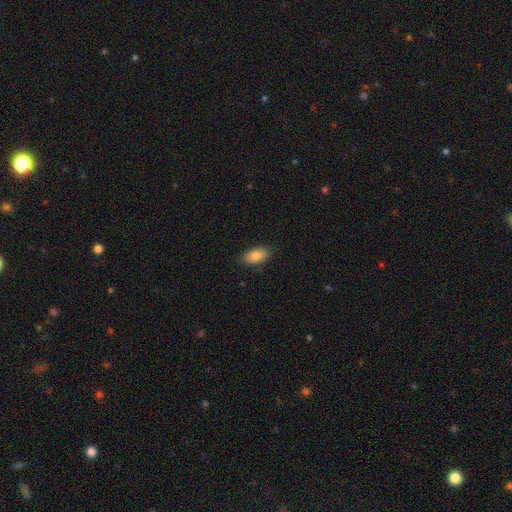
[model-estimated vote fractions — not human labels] The model was most divided on "merging": none: 86%, minor disturbance: 11%, major disturbance: 2%, merger: 1%. More confident: how rounded — in between (92%); smooth or featured — smooth (85%).